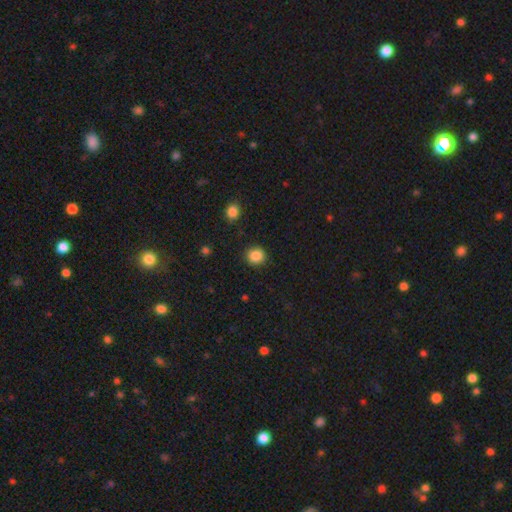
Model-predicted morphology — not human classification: Smooth or featured? Predicted: smooth (p=0.87). How rounded? Predicted: round (p=0.86). Merging? Predicted: none (p=0.90).